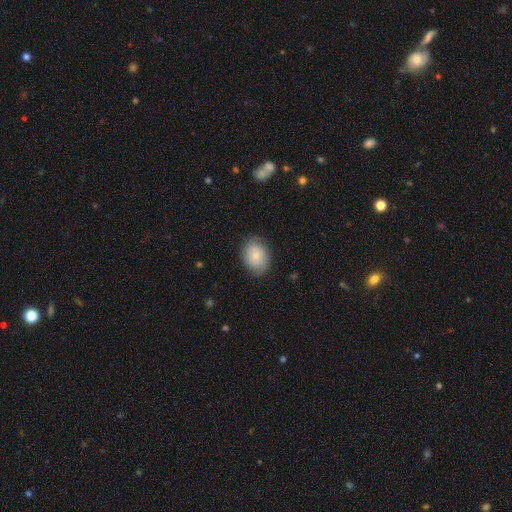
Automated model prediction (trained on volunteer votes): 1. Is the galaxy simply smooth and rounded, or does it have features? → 82% smooth, 11% featured or disk, 7% star or artifact.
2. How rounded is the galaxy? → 69% in between, 30% round, 1% cigar-shaped.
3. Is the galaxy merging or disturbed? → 80% none, 16% minor disturbance, 4% major disturbance, 1% merger.